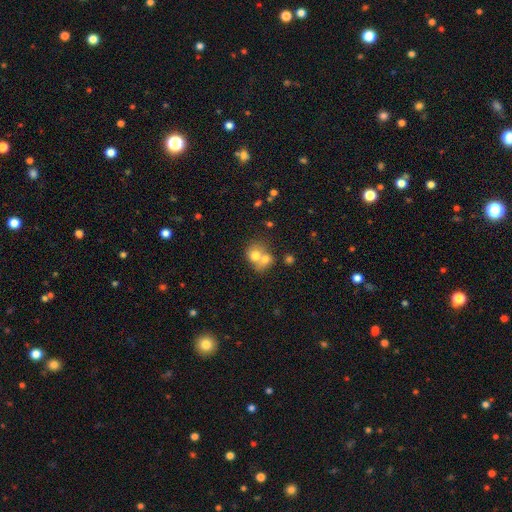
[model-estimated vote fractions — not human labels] Smooth or featured? smooth (70%)
How rounded? round (66%)
Merging? merger (67%)